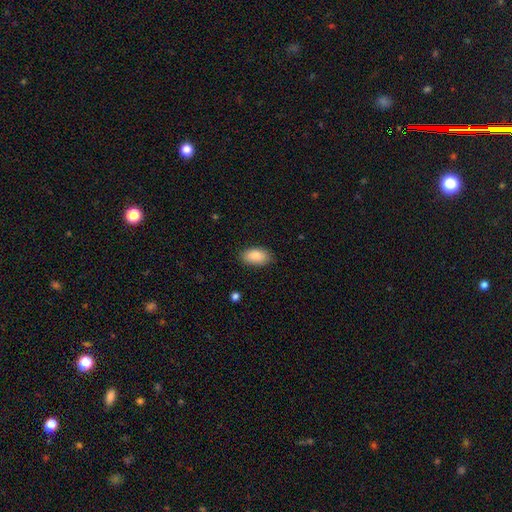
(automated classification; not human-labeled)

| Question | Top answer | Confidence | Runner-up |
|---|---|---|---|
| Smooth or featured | smooth | 87% | star or artifact (7%) |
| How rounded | in between | 93% | round (5%) |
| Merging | none | 85% | minor disturbance (11%) |